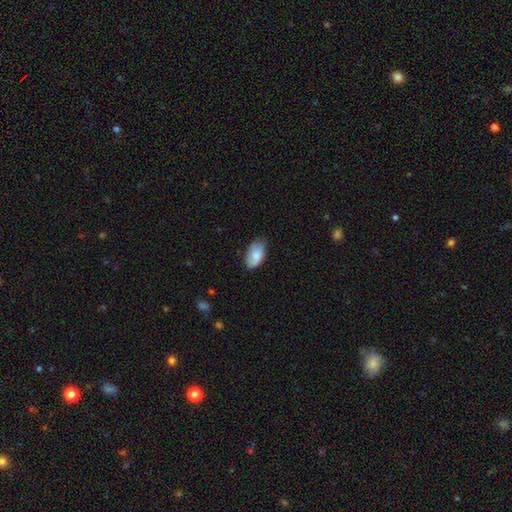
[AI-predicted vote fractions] smooth 82%, featured or disk 12%, star or artifact 7%. Down the decision tree: how rounded — in between (94%); merging — none (67%).